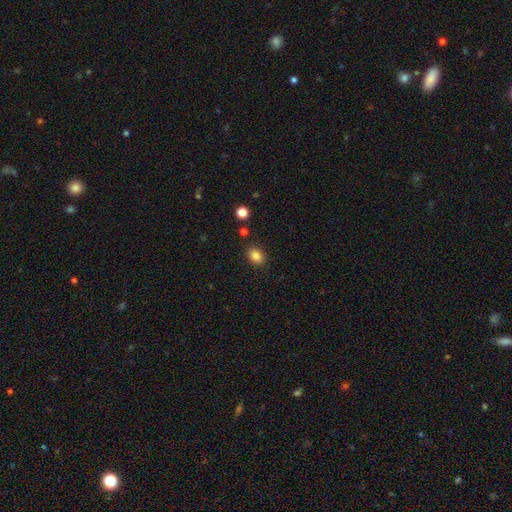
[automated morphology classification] This is clearly a smooth galaxy (85%). How rounded: likely in between (77%). Merging: clearly none (86%).